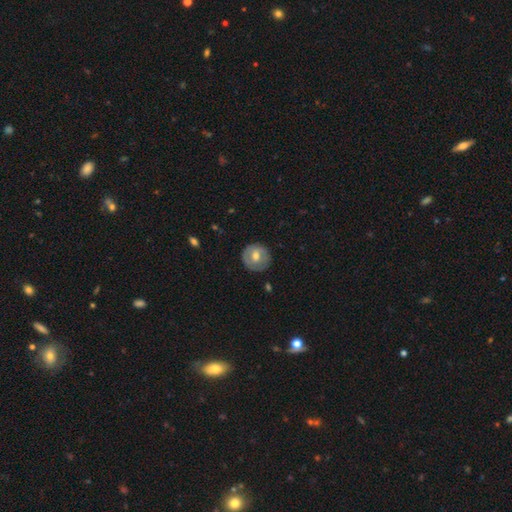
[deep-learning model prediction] Q: Smooth or featured?
A: smooth (49%); runner-up: featured or disk (45%)
Q: Merging?
A: none (84%); runner-up: minor disturbance (11%)